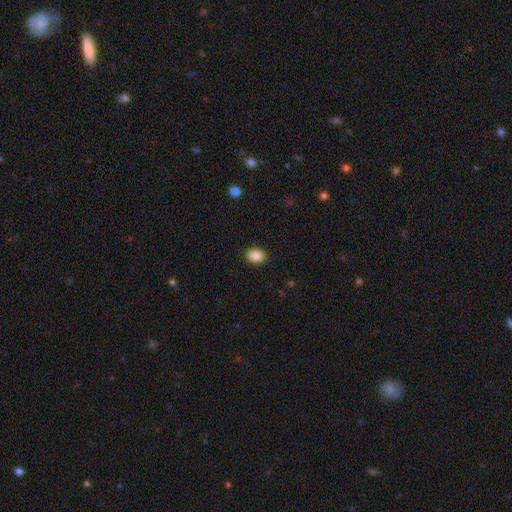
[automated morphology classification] type=smooth (86%); roundness=in between (50%); merging=none (90%).